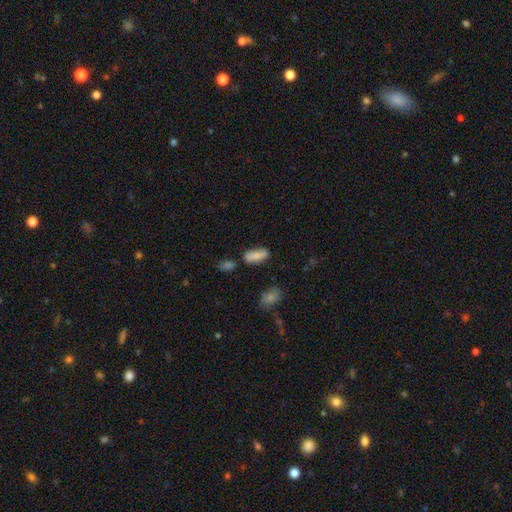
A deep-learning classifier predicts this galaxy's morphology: smooth_or_featured: smooth (p=0.79) [alt: featured or disk p=0.12]
how_rounded: in between (p=0.70) [alt: cigar-shaped p=0.26]
merging: none (p=0.71) [alt: minor disturbance p=0.16]